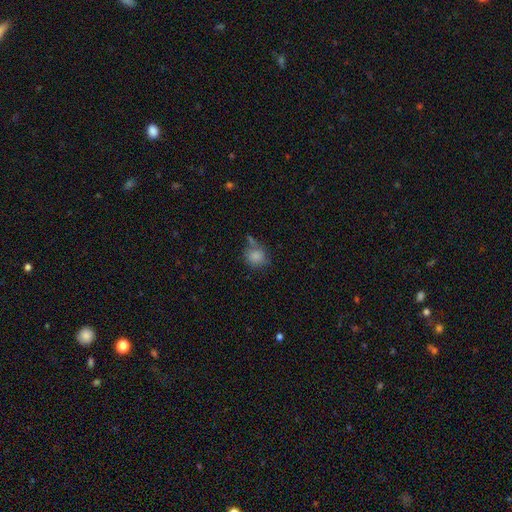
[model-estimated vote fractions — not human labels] Smooth or featured? Predicted: smooth (p=0.84). How rounded? Predicted: round (p=0.74). Merging? Predicted: none (p=0.57).